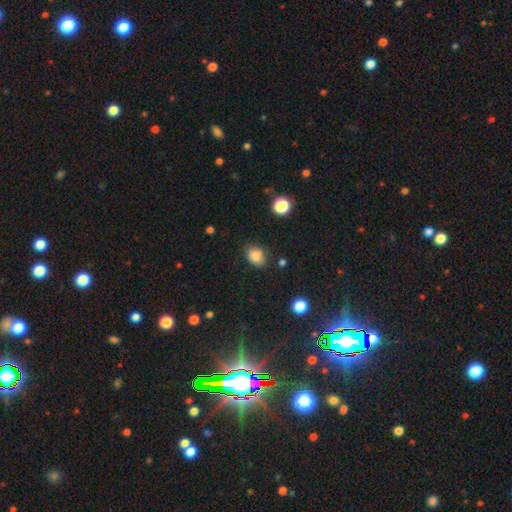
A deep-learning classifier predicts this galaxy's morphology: A smooth galaxy with no disk features (84%) that is in between round and cigar-shaped (59%). Merging: none (80%).